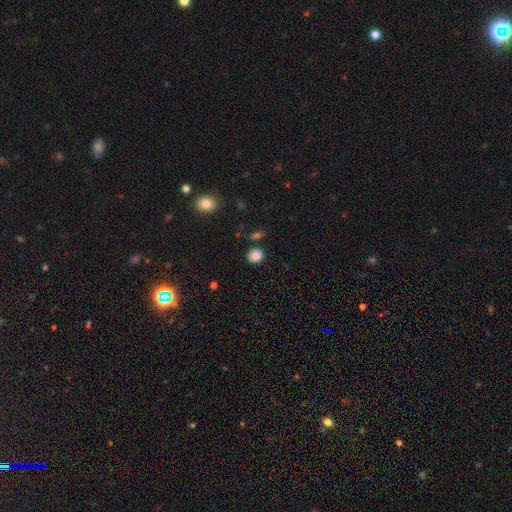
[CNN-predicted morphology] Overall: smooth (86%). How rounded: round (71%). Merging: none (82%).